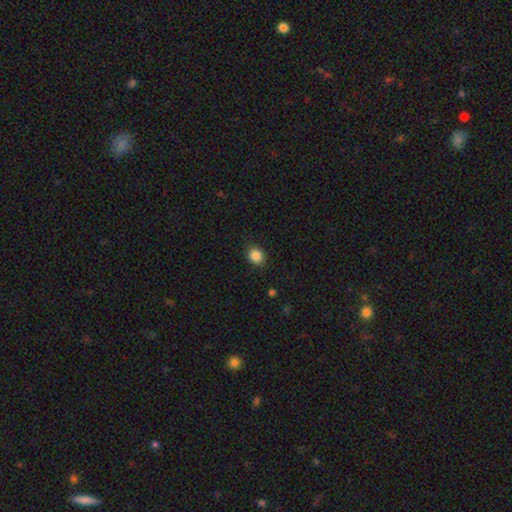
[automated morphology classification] smooth 87%, star or artifact 10%, featured or disk 4%. Down the decision tree: how rounded — round (56%); merging — none (86%).